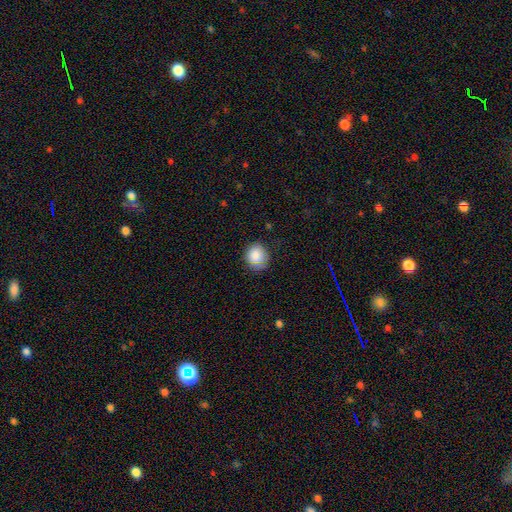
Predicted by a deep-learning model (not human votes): Overall: smooth (83%). How rounded: round (75%). Merging: none (74%).